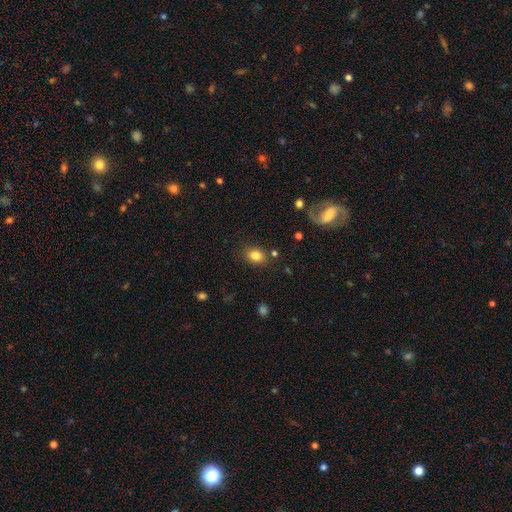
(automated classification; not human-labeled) Smooth or featured: smooth — 81% (star or artifact — 10%)
How rounded: in between — 63% (round — 36%)
Merging: none — 82% (minor disturbance — 11%)